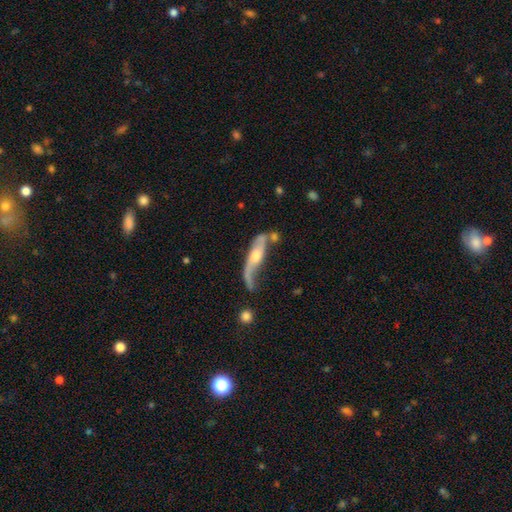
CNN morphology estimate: Smooth or featured?
  - featured or disk: 71% *
  - smooth: 22%
  - star or artifact: 6%
Edge-on disk?
  - no: 61% *
  - yes: 39%
Merging?
  - none: 33% *
  - major disturbance: 26%
  - minor disturbance: 25%
  - merger: 17%